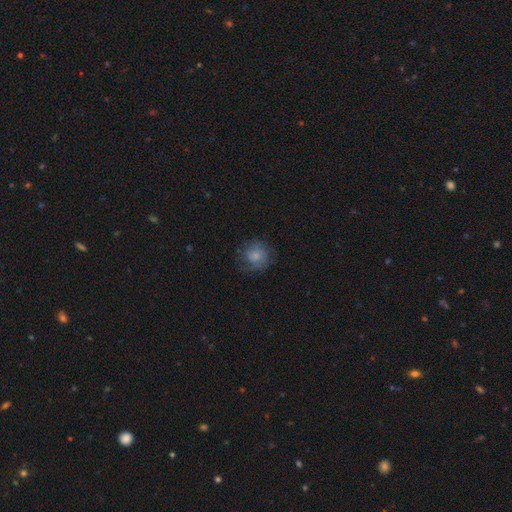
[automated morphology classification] smooth 56%, featured or disk 35%, star or artifact 9%. Down the decision tree: how rounded — round (84%); merging — none (68%).